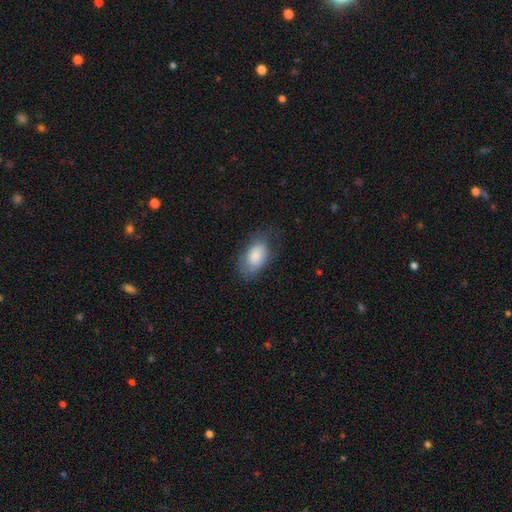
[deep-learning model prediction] Smooth or featured?
  - smooth: 81% *
  - featured or disk: 12%
  - star or artifact: 7%
How rounded?
  - in between: 92% *
  - round: 6%
  - cigar-shaped: 2%
Merging?
  - none: 64% *
  - minor disturbance: 24%
  - major disturbance: 11%
  - merger: 1%